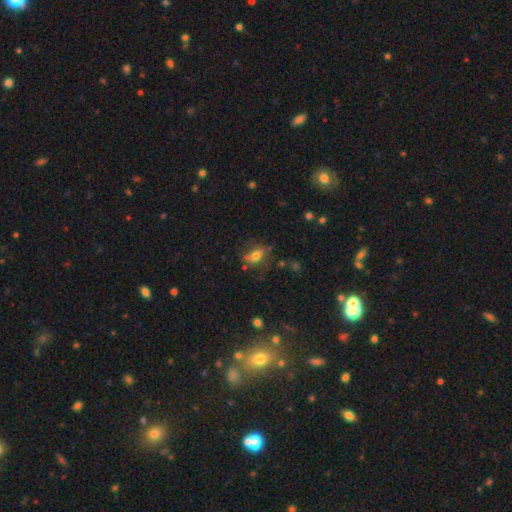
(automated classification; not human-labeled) Smooth or featured? smooth (67%)
How rounded? in between (64%)
Merging? none (62%)